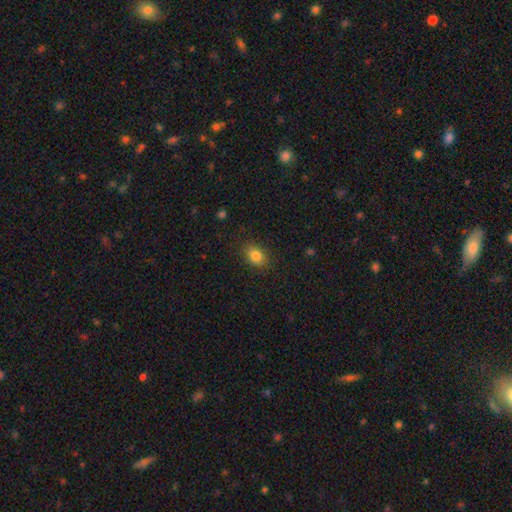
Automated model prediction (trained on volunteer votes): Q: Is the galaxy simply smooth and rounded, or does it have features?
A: smooth — 83%.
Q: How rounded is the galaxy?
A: in between — 62%.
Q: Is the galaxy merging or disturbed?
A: none — 86%.